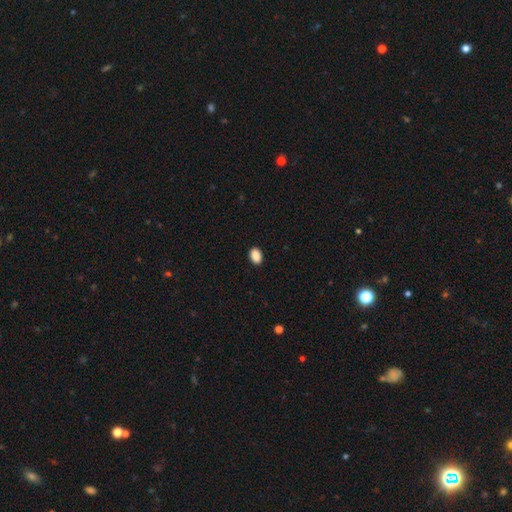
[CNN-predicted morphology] Overall: smooth (90%). How rounded: in between (81%). Merging: none (90%).